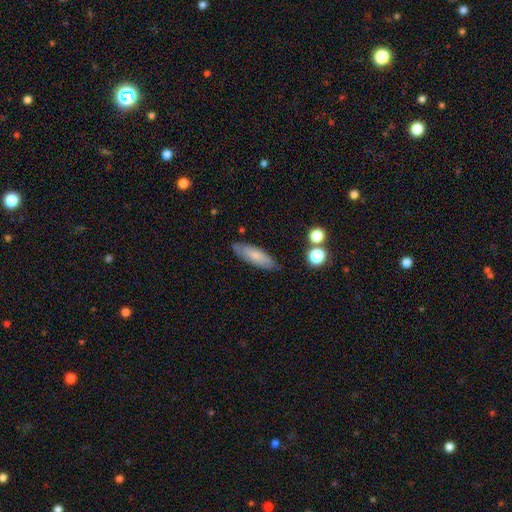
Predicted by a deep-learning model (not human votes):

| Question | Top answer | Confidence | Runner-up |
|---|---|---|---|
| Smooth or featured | smooth | 70% | featured or disk (24%) |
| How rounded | in between | 51% | cigar-shaped (47%) |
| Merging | none | 82% | minor disturbance (13%) |